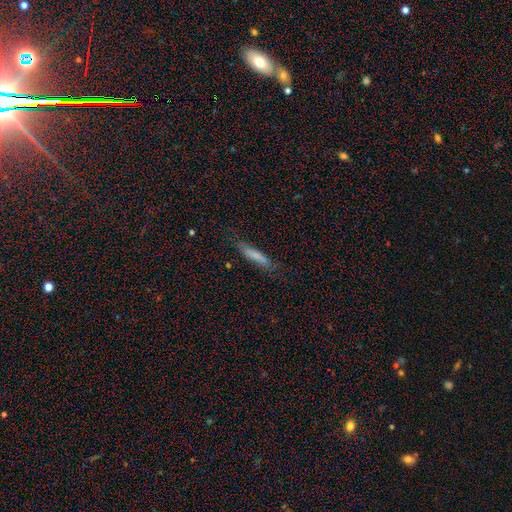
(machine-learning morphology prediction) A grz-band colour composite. It shows a smooth galaxy with no disk features (75%) that is cigar-shaped (88%). Merging: none (77%).